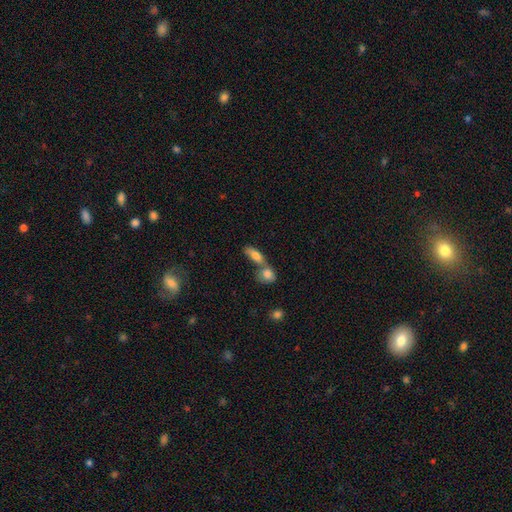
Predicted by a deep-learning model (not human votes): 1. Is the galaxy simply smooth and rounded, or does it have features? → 77% smooth, 15% featured or disk, 8% star or artifact.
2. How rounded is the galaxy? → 69% in between, 22% cigar-shaped, 9% round.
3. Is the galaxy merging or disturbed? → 56% merger, 32% none, 8% minor disturbance, 4% major disturbance.